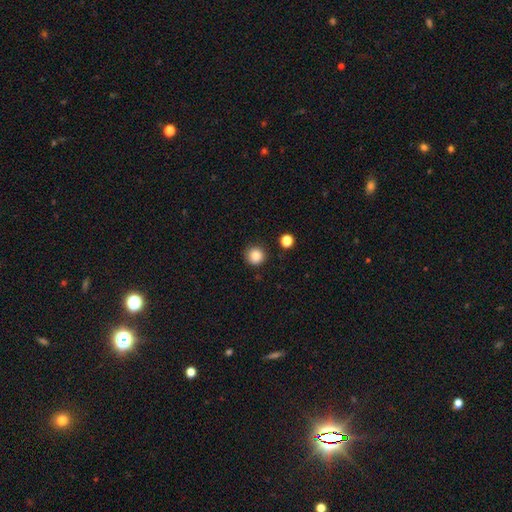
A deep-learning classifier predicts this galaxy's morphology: A smooth galaxy with no disk features (84%) that is round (95%). Merging: none (89%).